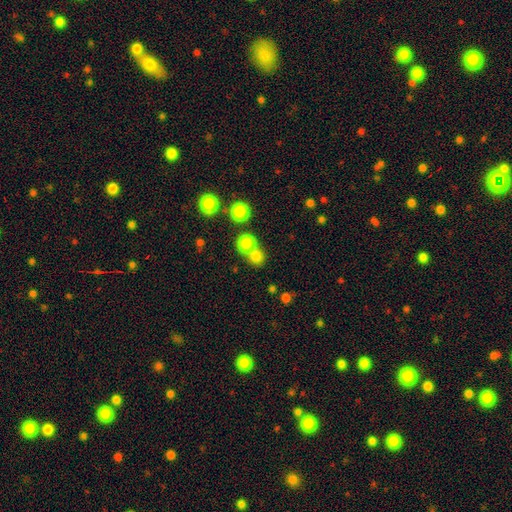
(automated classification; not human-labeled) This is likely a smooth galaxy (79%). How rounded: clearly round (89%). Merging: possibly none (56%).